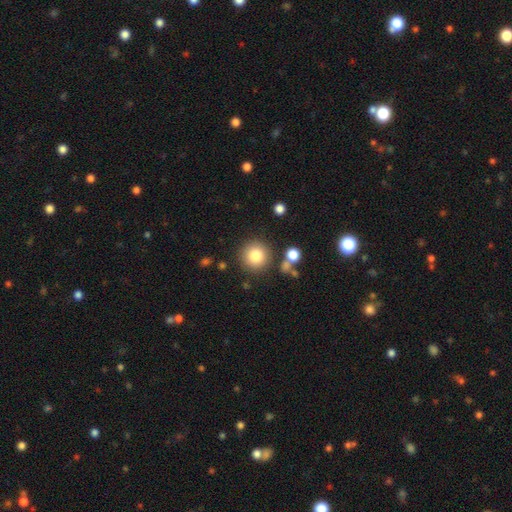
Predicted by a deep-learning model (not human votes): Morphology: type=smooth (82%); roundness=round (94%); merging=none (83%).